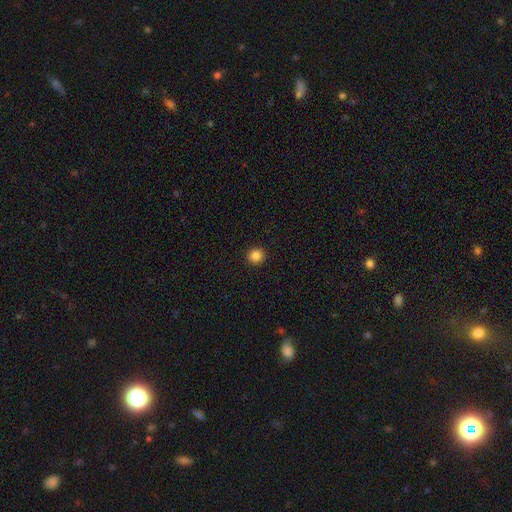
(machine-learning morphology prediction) smooth 85%, star or artifact 11%, featured or disk 4%. Down the decision tree: how rounded — round (94%); merging — none (93%).